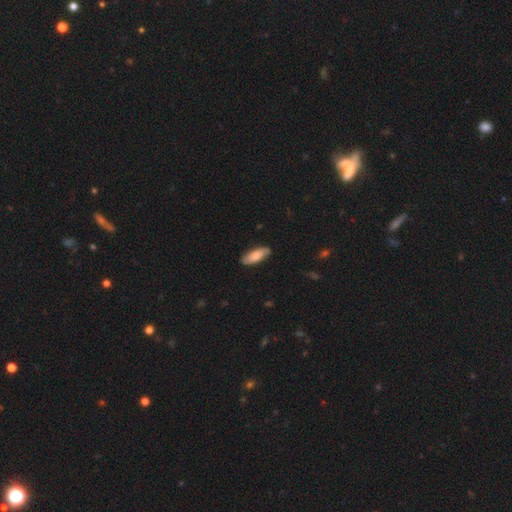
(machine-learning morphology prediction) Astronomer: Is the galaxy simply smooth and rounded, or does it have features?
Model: smooth — 72%.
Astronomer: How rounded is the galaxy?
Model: in between — 67%.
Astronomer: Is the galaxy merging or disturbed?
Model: none — 84%.